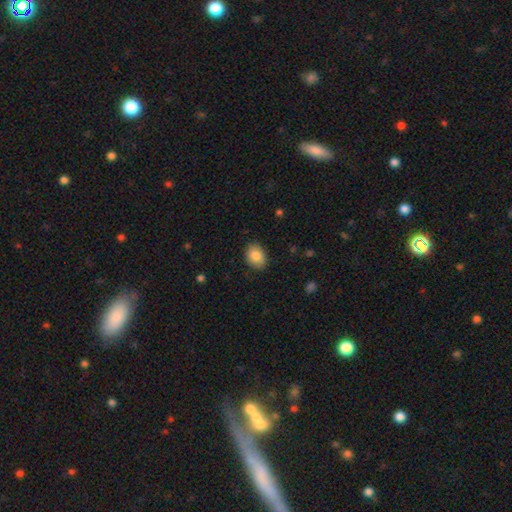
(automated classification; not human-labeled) Overall: smooth (84%). How rounded: in between (67%; round 32%). Merging: none (87%).